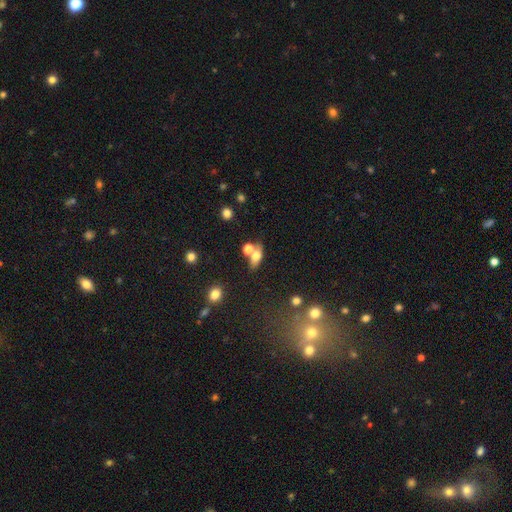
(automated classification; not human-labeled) smooth 68%, featured or disk 20%, star or artifact 12%. Down the decision tree: how rounded — in between (74%); merging — none (50%).